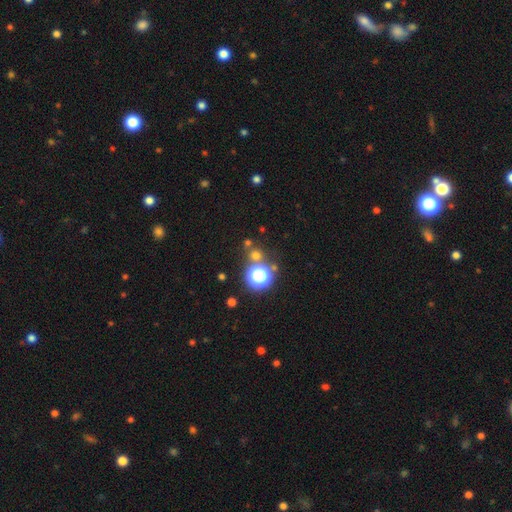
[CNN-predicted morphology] smooth_or_featured: smooth (p=0.58) [alt: star or artifact p=0.36]
how_rounded: round (p=0.90) [alt: in between p=0.09]
merging: none (p=0.74) [alt: merger p=0.15]